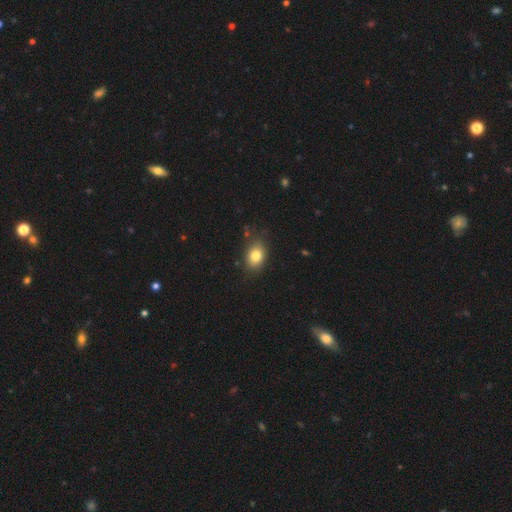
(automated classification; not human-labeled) smooth 81%, star or artifact 10%, featured or disk 9%. Down the decision tree: how rounded — in between (73%); merging — none (82%).